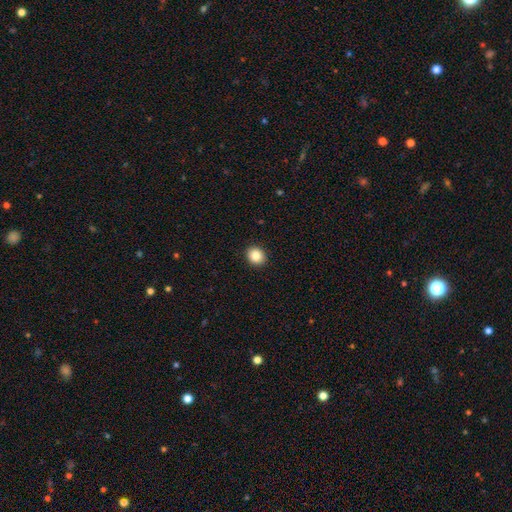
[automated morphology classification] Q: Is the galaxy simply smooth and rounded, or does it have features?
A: smooth — 85%.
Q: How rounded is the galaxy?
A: round — 70%.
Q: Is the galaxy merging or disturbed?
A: none — 92%.